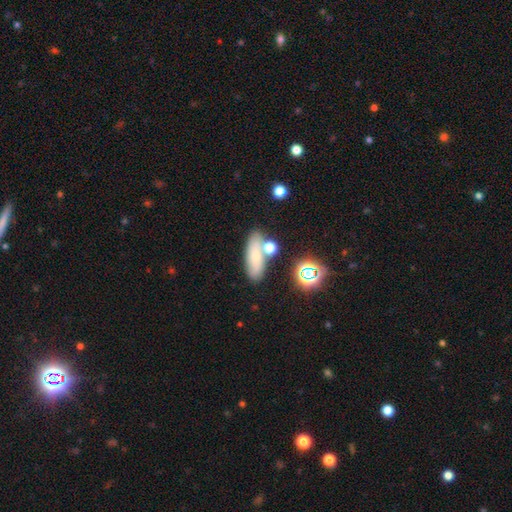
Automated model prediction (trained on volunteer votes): Smooth or featured? smooth (68%)
How rounded? in between (62%)
Merging? none (67%)